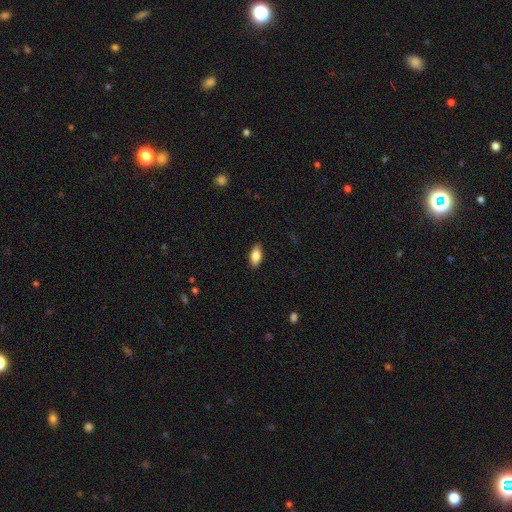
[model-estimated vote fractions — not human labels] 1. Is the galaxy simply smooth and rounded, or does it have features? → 84% smooth, 9% featured or disk, 7% star or artifact.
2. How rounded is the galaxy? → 89% in between, 8% cigar-shaped, 3% round.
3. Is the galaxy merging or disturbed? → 89% none, 8% minor disturbance, 2% major disturbance, 1% merger.